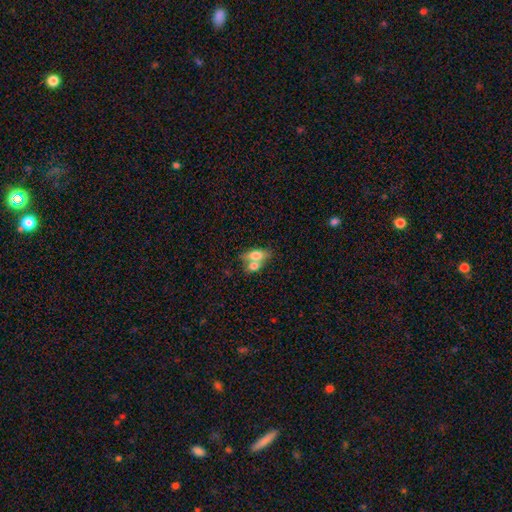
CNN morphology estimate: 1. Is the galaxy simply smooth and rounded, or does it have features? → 70% smooth, 22% featured or disk, 8% star or artifact.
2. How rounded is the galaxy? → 80% in between, 11% cigar-shaped, 9% round.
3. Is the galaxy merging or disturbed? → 57% merger, 30% none, 9% minor disturbance, 4% major disturbance.